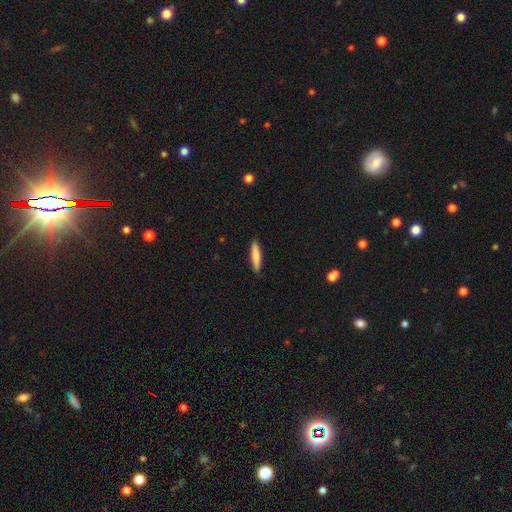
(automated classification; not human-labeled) Smooth or featured?
  - smooth: 78% *
  - featured or disk: 16%
  - star or artifact: 6%
How rounded?
  - cigar-shaped: 86% *
  - in between: 13%
  - round: 1%
Merging?
  - none: 90% *
  - minor disturbance: 7%
  - major disturbance: 2%
  - merger: 1%